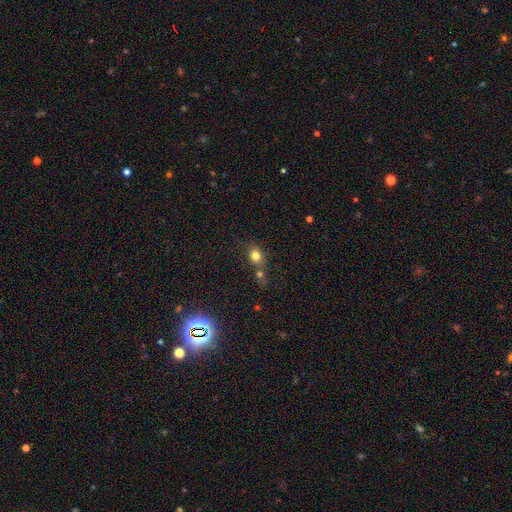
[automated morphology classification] The model was most divided on "merging": none: 53%, merger: 30%, minor disturbance: 12%, major disturbance: 5%. More confident: smooth or featured — smooth (77%); how rounded — round (67%).